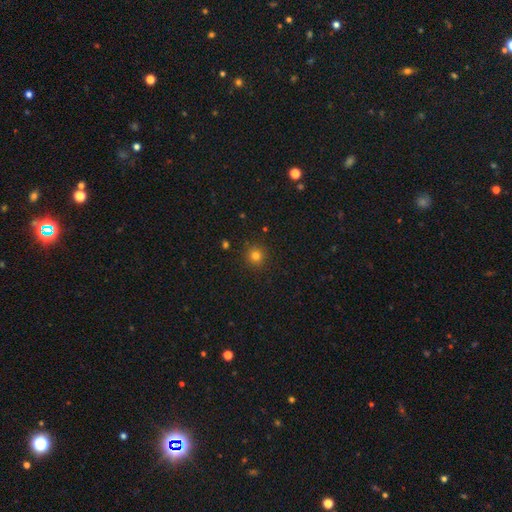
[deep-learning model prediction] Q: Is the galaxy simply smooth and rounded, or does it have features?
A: smooth — 79%.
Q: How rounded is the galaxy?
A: round — 92%.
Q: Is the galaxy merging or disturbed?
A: none — 90%.